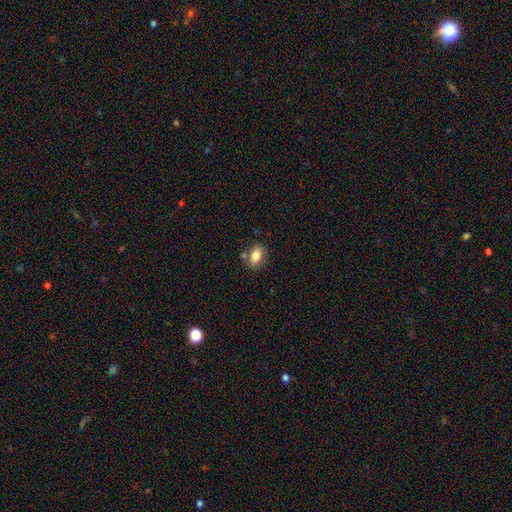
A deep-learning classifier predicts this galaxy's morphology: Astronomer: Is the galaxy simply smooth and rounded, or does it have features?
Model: smooth — 83%.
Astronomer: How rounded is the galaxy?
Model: in between — 83%.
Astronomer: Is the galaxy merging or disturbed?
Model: none — 73%.